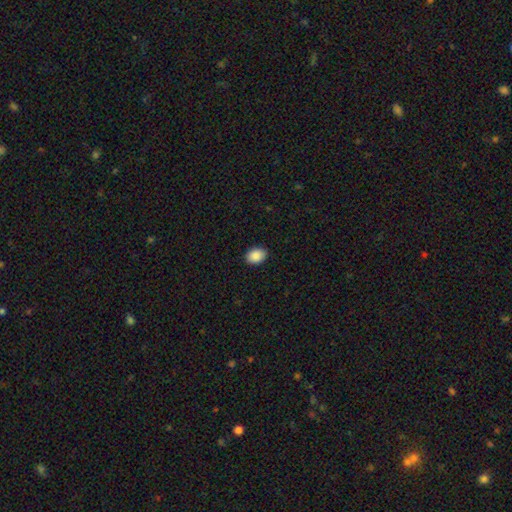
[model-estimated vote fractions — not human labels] smooth 90%, star or artifact 8%, featured or disk 3%. Down the decision tree: how rounded — in between (71%); merging — none (90%).